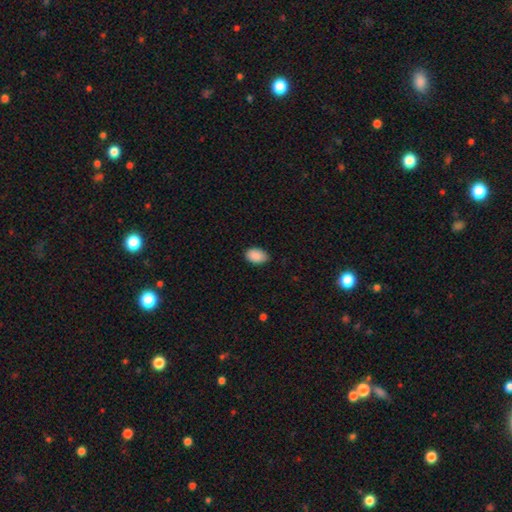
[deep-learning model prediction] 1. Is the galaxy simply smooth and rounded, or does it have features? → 90% smooth, 7% star or artifact, 3% featured or disk.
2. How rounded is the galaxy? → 88% in between, 11% round, 1% cigar-shaped.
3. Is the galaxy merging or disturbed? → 81% none, 15% minor disturbance, 2% major disturbance, 1% merger.